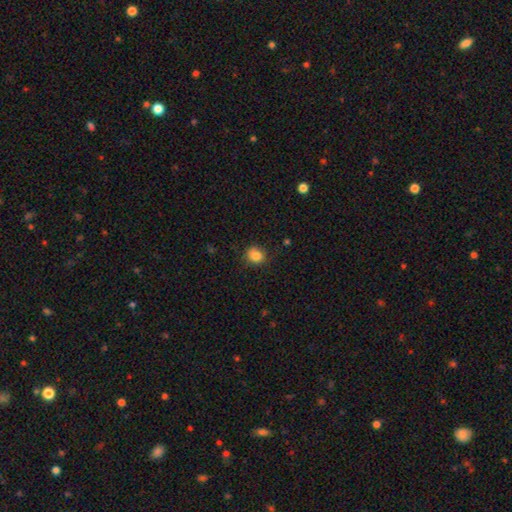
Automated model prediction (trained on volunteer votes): Overall: smooth (84%). How rounded: round (77%). Merging: none (79%).